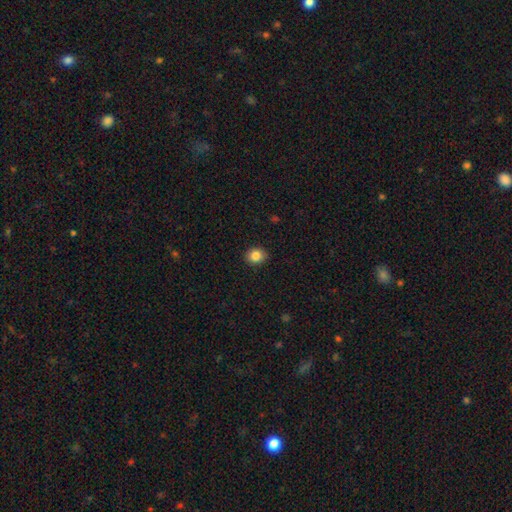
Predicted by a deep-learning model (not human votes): Smooth or featured? smooth (85%)
How rounded? round (68%)
Merging? none (89%)